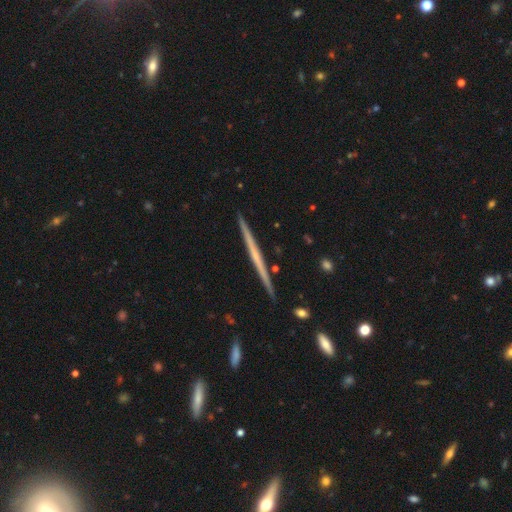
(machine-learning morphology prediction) type=featured or disk (66%); edge-on=yes (98%); edge-on bulge=none (80%); merging=none (92%).